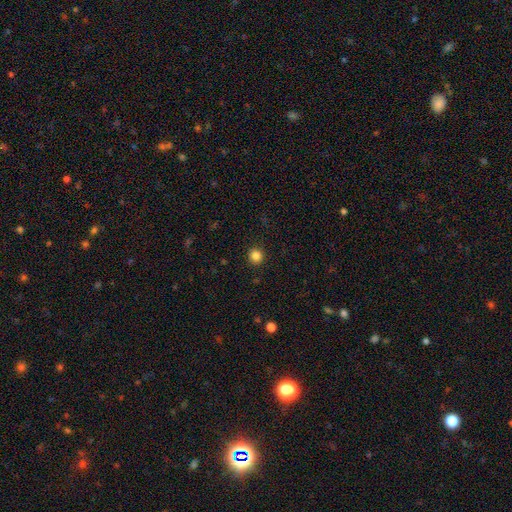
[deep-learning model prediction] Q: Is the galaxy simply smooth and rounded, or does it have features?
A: smooth — 85%.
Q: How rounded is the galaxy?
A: round — 94%.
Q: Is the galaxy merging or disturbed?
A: none — 92%.